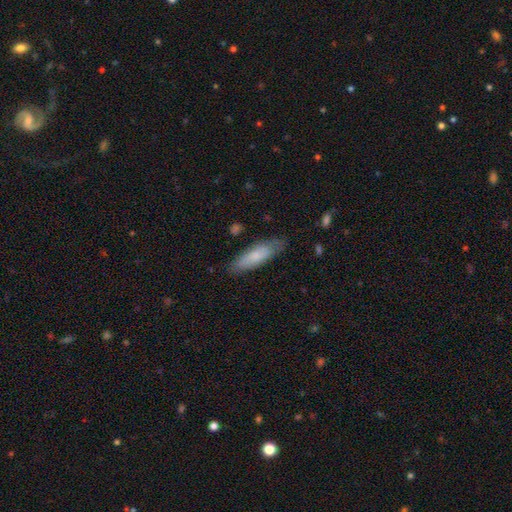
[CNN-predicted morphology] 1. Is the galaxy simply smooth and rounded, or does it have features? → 73% smooth, 21% featured or disk, 6% star or artifact.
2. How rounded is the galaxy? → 51% cigar-shaped, 47% in between, 2% round.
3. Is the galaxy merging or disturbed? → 75% none, 19% minor disturbance, 4% major disturbance, 2% merger.